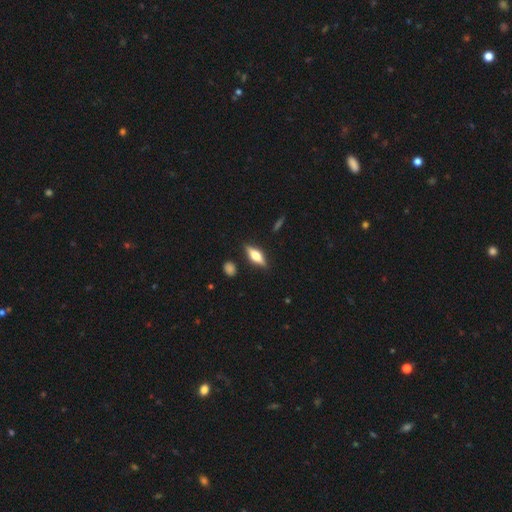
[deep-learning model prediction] The model was most divided on "smooth or featured": featured or disk: 51%, smooth: 41%, star or artifact: 7%. More confident: edge-on disk — yes (93%); merging — none (85%).